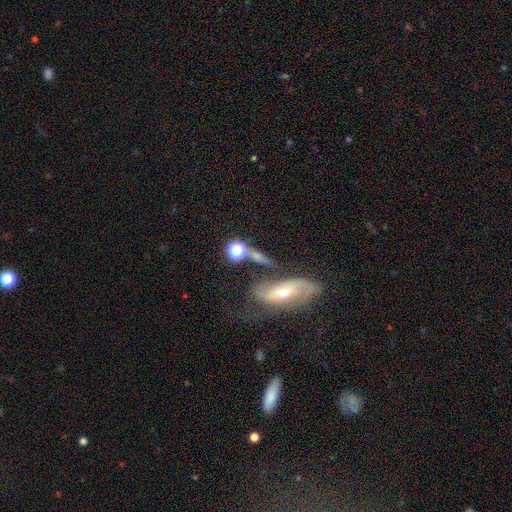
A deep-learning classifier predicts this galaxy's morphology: This is possibly a smooth galaxy (51%). How rounded: marginally in between (40%). Merging: possibly none (50%).